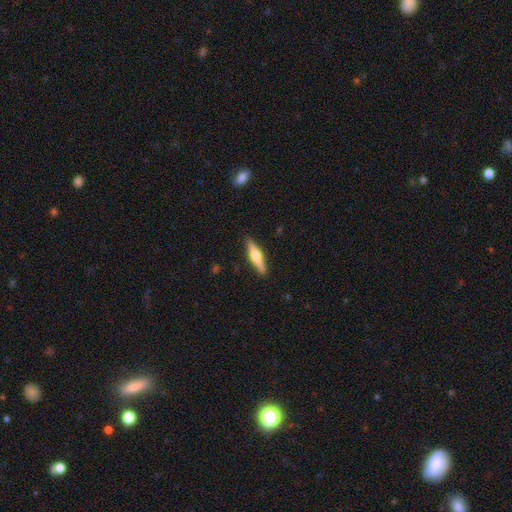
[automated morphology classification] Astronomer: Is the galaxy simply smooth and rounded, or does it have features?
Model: featured or disk — 59% (runner-up: smooth, 35%).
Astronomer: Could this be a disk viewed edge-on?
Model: yes — 96%.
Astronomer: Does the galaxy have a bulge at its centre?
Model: rounded — 91%.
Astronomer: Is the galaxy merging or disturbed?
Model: none — 90%.